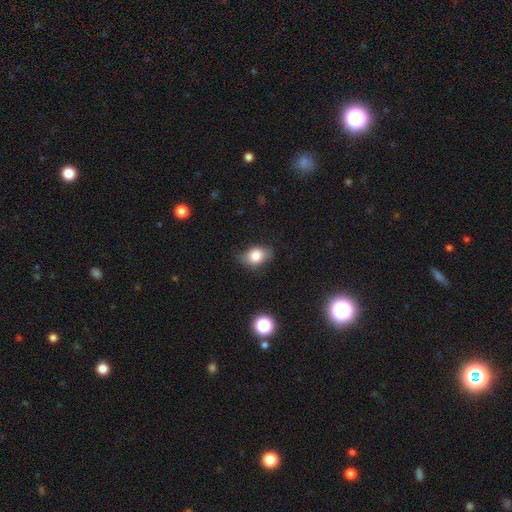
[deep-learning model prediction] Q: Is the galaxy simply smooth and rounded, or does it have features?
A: smooth — 81%.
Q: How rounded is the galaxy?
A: in between — 71%.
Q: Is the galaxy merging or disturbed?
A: none — 68%.